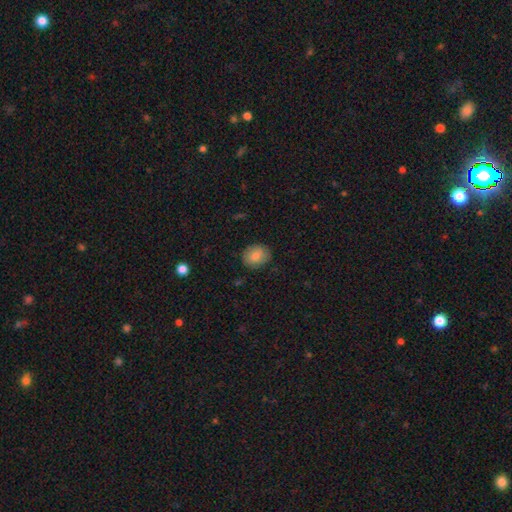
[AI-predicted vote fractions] A smooth galaxy with no disk features (83%) that is round (54%).

Vote fractions:
- Smooth or featured? smooth: 83% / featured or disk: 9% / star or artifact: 8%
- How rounded? round: 54% / in between: 45% / cigar-shaped: 1%
- Merging? none: 86% / minor disturbance: 11% / major disturbance: 3% / merger: 1%